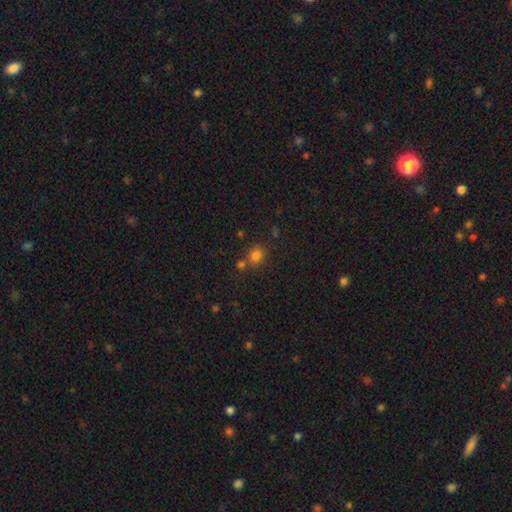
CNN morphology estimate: Smooth or featured? smooth (78%)
How rounded? round (64%)
Merging? none (63%)